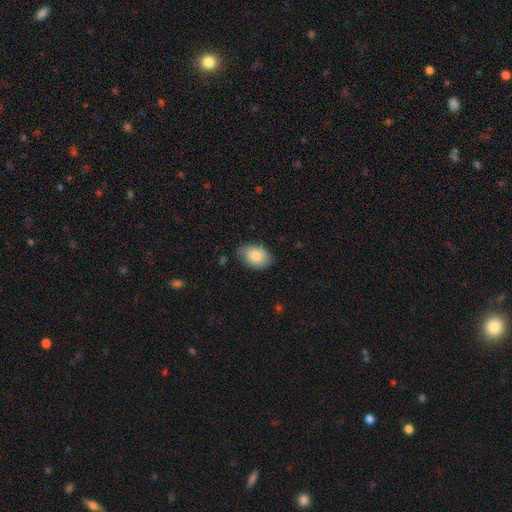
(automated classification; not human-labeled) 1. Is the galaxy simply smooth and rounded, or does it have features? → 81% smooth, 12% featured or disk, 7% star or artifact.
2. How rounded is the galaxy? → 83% in between, 16% round, 1% cigar-shaped.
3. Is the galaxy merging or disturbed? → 79% none, 17% minor disturbance, 3% major disturbance, 1% merger.